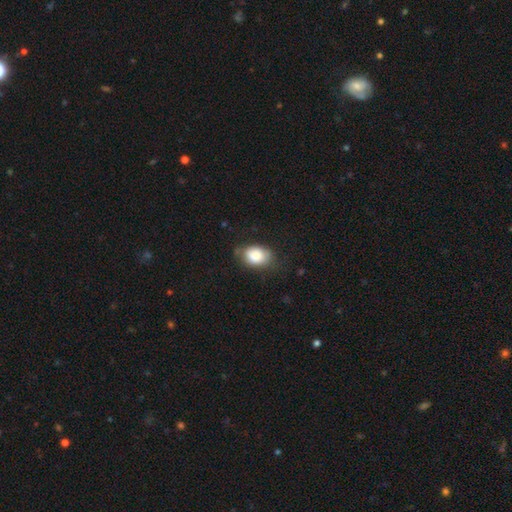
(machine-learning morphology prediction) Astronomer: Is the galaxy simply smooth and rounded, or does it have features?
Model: smooth — 84%.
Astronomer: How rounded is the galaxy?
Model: in between — 73%.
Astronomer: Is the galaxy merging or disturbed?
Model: none — 66%.